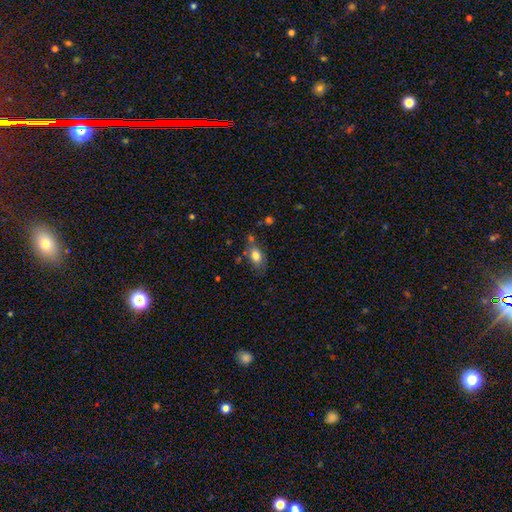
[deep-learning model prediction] smooth_or_featured: smooth (p=0.80) [alt: featured or disk p=0.12]
how_rounded: in between (p=0.83) [alt: round p=0.13]
merging: none (p=0.61) [alt: minor disturbance p=0.23]